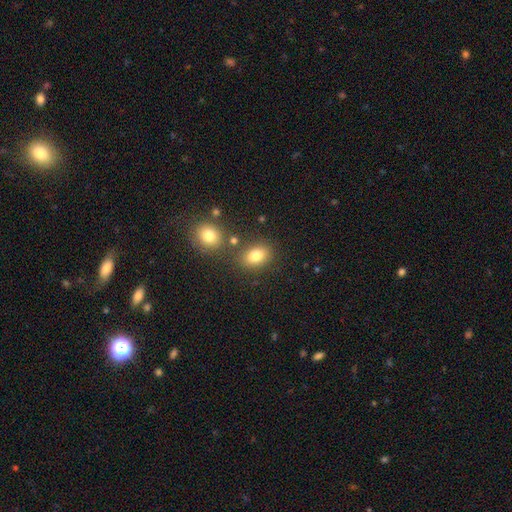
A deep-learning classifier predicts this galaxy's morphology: smooth_or_featured: smooth (p=0.81) [alt: star or artifact p=0.11]
how_rounded: in between (p=0.70) [alt: round p=0.28]
merging: none (p=0.74) [alt: merger p=0.11]